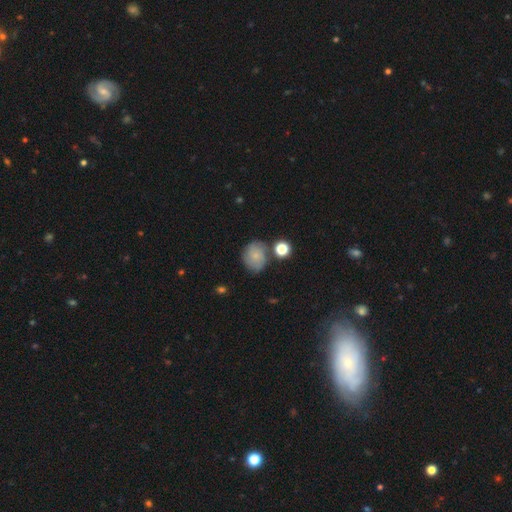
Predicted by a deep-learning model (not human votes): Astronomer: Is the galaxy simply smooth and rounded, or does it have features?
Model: smooth — 61%.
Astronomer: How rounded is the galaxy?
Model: round — 68%.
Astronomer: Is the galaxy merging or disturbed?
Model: none — 64%.